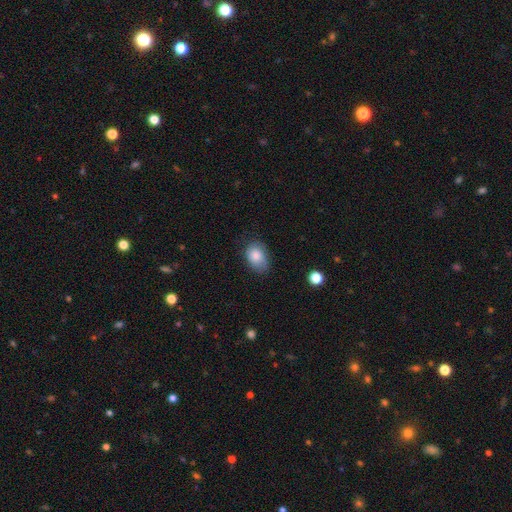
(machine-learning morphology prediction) Smooth or featured? smooth (83%)
How rounded? in between (81%)
Merging? none (66%)